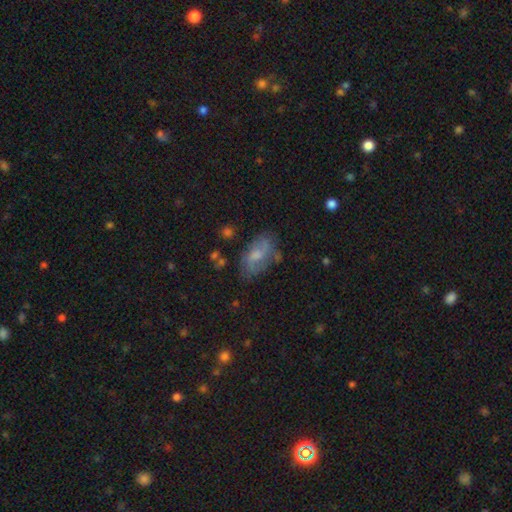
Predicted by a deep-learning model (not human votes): Smooth or featured?
  - featured or disk: 45% *
  - smooth: 44%
  - star or artifact: 11%
Merging?
  - none: 65% *
  - minor disturbance: 23%
  - major disturbance: 9%
  - merger: 3%